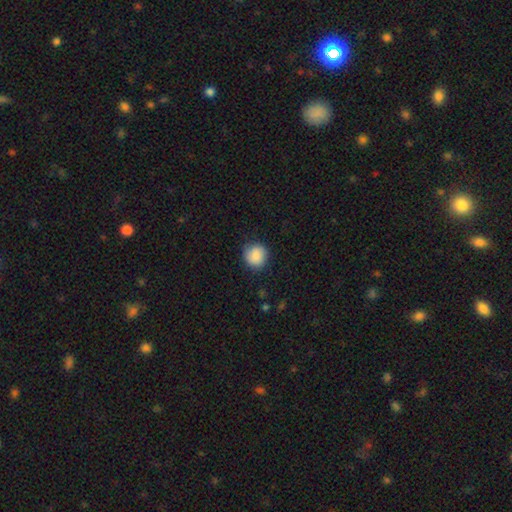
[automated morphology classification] The model was most divided on "merging": none: 82%, minor disturbance: 14%, major disturbance: 3%, merger: 1%. More confident: how rounded — round (89%); smooth or featured — smooth (87%).